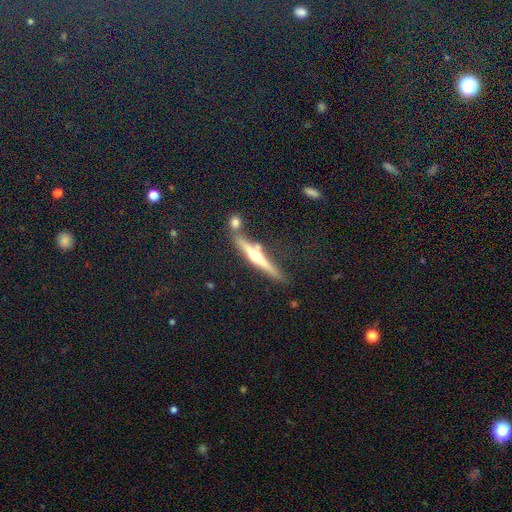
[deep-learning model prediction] Morphology: type=featured or disk (70%); edge-on=yes (96%); edge-on bulge=rounded (91%); merging=none (76%).